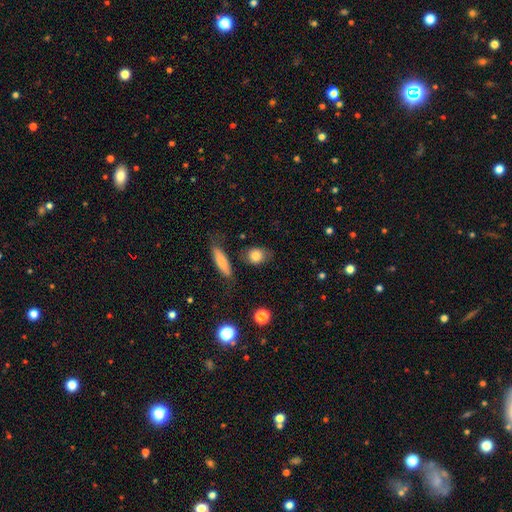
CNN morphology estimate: smooth_or_featured: smooth (p=0.82) [alt: featured or disk p=0.10]
how_rounded: in between (p=0.51) [alt: round p=0.45]
merging: none (p=0.70) [alt: minor disturbance p=0.19]